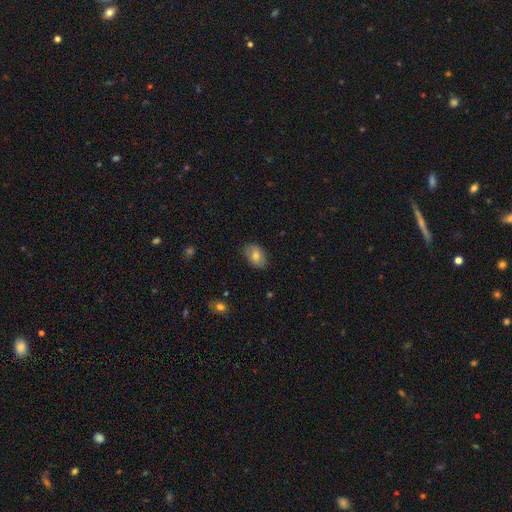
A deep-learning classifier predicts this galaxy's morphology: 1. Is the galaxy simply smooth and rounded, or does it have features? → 75% smooth, 17% featured or disk, 8% star or artifact.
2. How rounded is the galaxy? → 85% in between, 14% round, 1% cigar-shaped.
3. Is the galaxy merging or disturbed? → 81% none, 15% minor disturbance, 3% major disturbance, 1% merger.